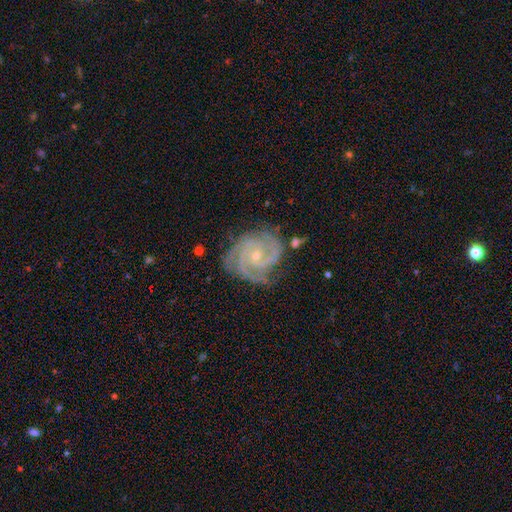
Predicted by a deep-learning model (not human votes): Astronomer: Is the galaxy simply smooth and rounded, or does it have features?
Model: featured or disk — 92%.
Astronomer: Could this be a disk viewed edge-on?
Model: no — 98%.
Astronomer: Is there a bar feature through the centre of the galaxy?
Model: no — 68%.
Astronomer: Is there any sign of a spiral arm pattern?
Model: yes — 99%.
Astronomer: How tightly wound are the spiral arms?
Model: tight — 68%.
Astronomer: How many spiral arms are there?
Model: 3 — 47%.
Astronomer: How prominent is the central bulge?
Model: small — 77%.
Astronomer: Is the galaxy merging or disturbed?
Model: none — 71%.